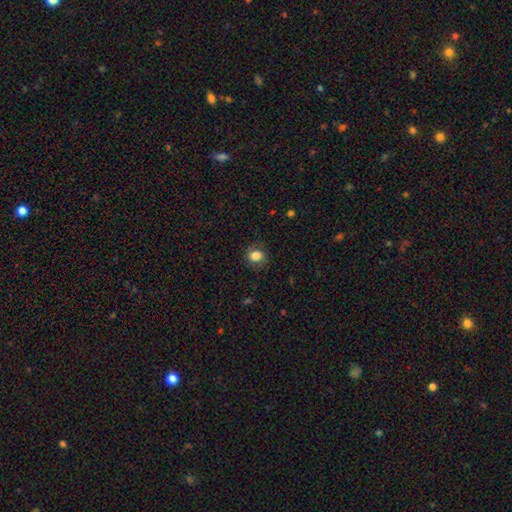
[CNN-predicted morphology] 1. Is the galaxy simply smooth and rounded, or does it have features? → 82% smooth, 10% star or artifact, 8% featured or disk.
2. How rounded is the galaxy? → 62% round, 37% in between, 1% cigar-shaped.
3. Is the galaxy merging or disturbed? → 80% none, 14% minor disturbance, 5% major disturbance, 1% merger.